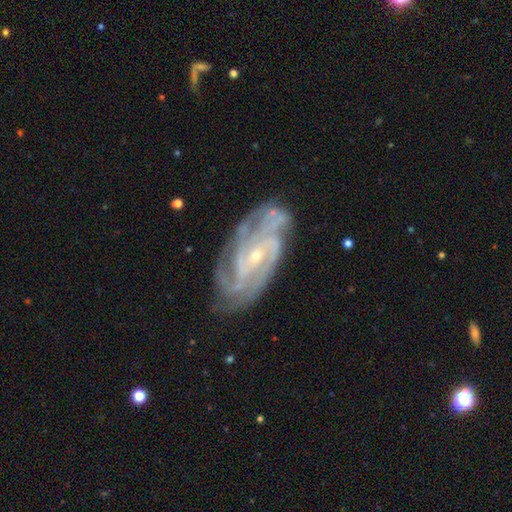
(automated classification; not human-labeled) A featured or disk galaxy (90%) with no bar (44%), 4 (30%) tight (58%) spiral arms (98%) and a small central bulge (75%).

Vote fractions:
- Smooth or featured? featured or disk: 90% / star or artifact: 5% / smooth: 4%
- Edge-on disk? no: 96% / yes: 4%
- Bar? no: 44% / weak: 38% / strong: 18%
- Spiral arms? yes: 98% / no: 2%
- Spiral winding? tight: 58% / medium: 36% / loose: 6%
- Spiral arm count? 4: 30% / 3: 24% / can't tell: 17% / 2: 14% / more than 4: 8% / 1: 6%
- Bulge size? small: 75% / moderate: 22% / none: 1% / large: 1% / dominant: 1%
- Merging? none: 74% / minor disturbance: 18% / major disturbance: 6% / merger: 2%